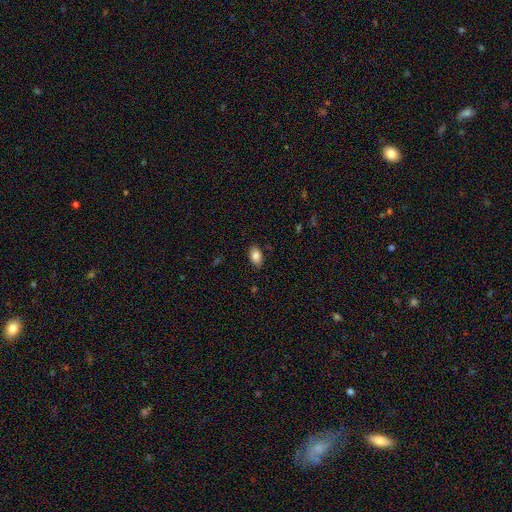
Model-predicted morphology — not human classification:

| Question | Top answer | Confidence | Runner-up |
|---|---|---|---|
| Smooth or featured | smooth | 85% | star or artifact (8%) |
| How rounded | in between | 90% | round (8%) |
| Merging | none | 85% | minor disturbance (11%) |